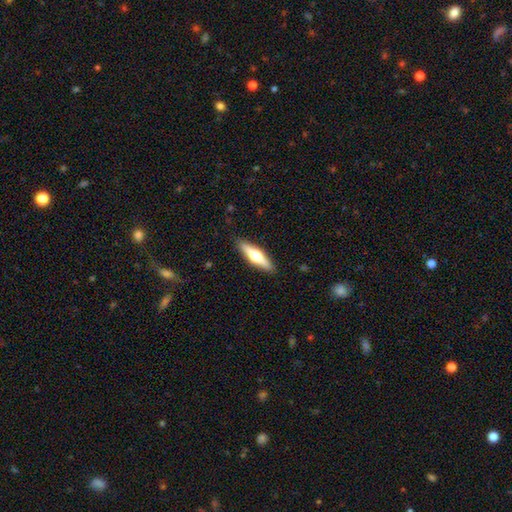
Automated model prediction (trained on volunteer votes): The model was most divided on "smooth or featured": featured or disk: 51%, smooth: 44%, star or artifact: 5%. More confident: edge-on disk — yes (93%); merging — none (90%).